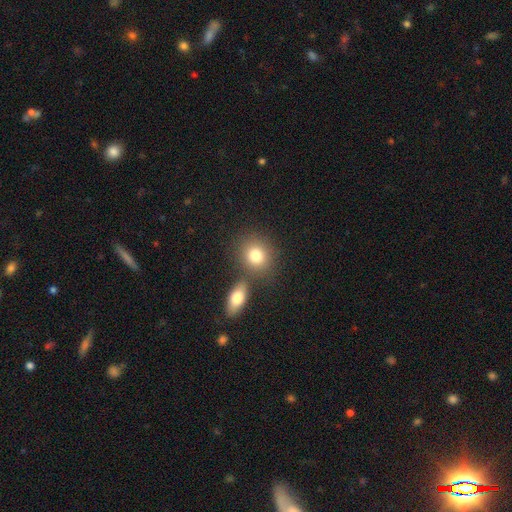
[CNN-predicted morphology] A smooth galaxy with no disk features (81%) that is round (73%). Merging: none (67%).